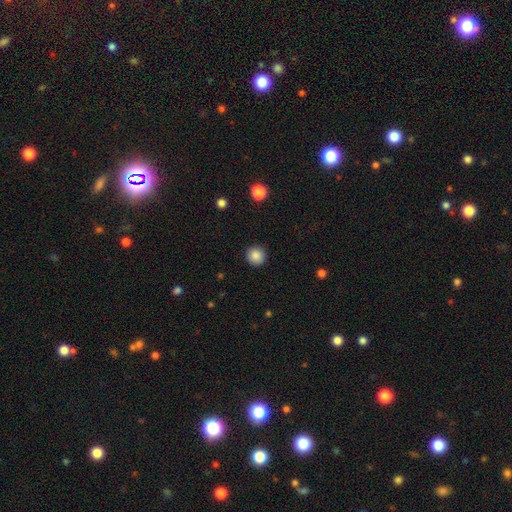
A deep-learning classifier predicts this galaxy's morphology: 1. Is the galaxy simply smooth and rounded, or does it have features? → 87% smooth, 9% star or artifact, 4% featured or disk.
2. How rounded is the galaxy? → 95% round, 4% in between, 1% cigar-shaped.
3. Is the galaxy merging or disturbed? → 92% none, 5% minor disturbance, 2% major disturbance, 1% merger.